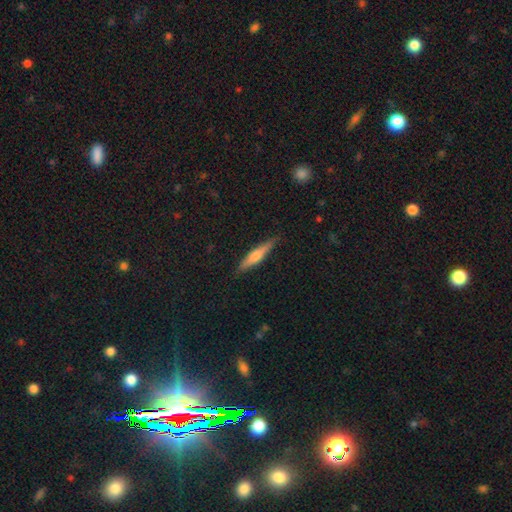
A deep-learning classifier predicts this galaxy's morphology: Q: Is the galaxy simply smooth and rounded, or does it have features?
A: featured or disk — 48%.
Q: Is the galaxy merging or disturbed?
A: none — 87%.